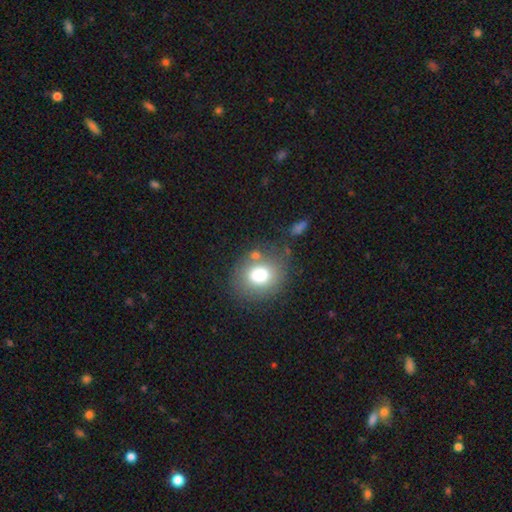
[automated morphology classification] type=smooth (75%); roundness=round (65%); merging=none (64%).